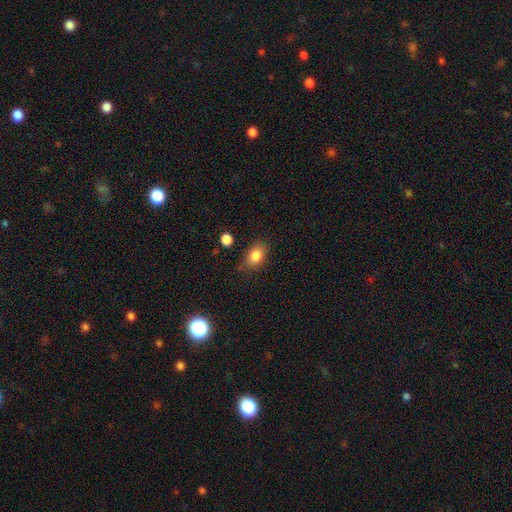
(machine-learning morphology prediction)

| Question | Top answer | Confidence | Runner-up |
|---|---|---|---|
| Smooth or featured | smooth | 84% | star or artifact (10%) |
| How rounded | in between | 75% | round (23%) |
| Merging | none | 75% | minor disturbance (18%) |